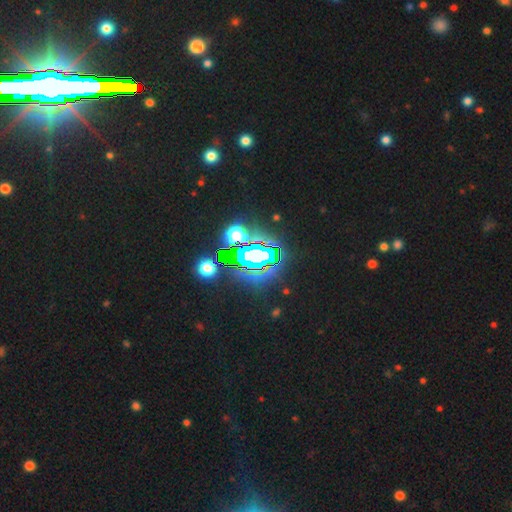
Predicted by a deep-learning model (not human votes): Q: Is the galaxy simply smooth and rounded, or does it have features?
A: star or artifact — 71%.